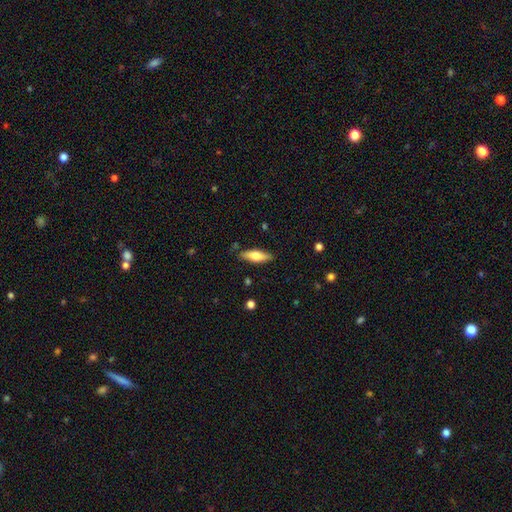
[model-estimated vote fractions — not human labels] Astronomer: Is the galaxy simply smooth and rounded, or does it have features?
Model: smooth — 67%.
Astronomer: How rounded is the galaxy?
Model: in between — 52% (runner-up: cigar-shaped, 46%).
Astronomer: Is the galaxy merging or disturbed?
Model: none — 84%.